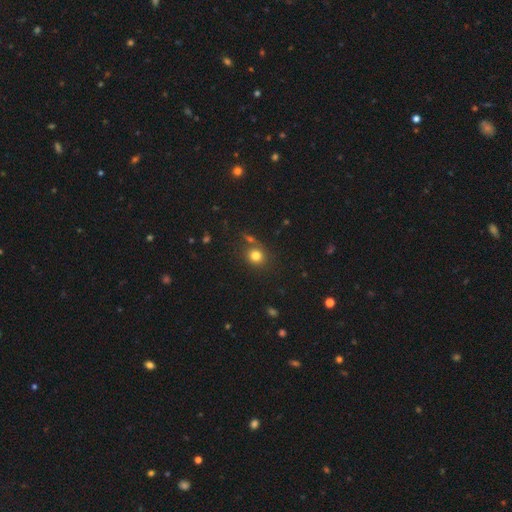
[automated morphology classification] Smooth or featured?
  - smooth: 79% *
  - star or artifact: 13%
  - featured or disk: 7%
How rounded?
  - round: 82% *
  - in between: 17%
  - cigar-shaped: 1%
Merging?
  - none: 71% *
  - merger: 14%
  - minor disturbance: 11%
  - major disturbance: 4%